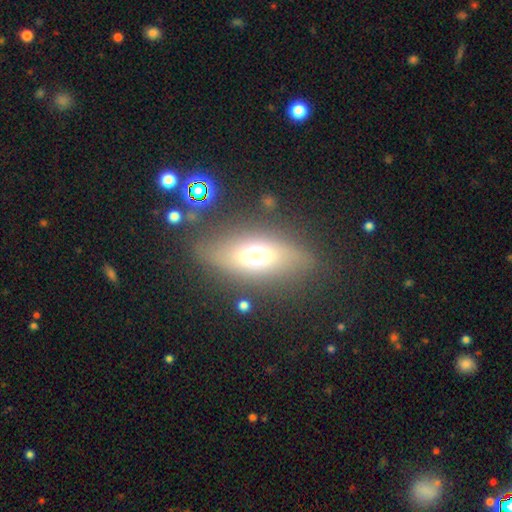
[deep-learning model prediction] smooth-or-featured: smooth: 56% | featured or disk: 28% | star or artifact: 16%
  how-rounded: in between: 74% | cigar-shaped: 14% | round: 13%
  merging: none: 75% | minor disturbance: 13% | major disturbance: 9% | merger: 3%